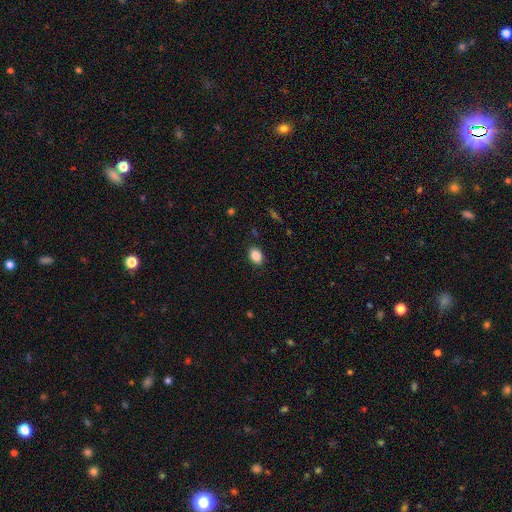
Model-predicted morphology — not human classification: Smooth or featured? Predicted: smooth (p=0.86). How rounded? Predicted: in between (p=0.79). Merging? Predicted: none (p=0.87).